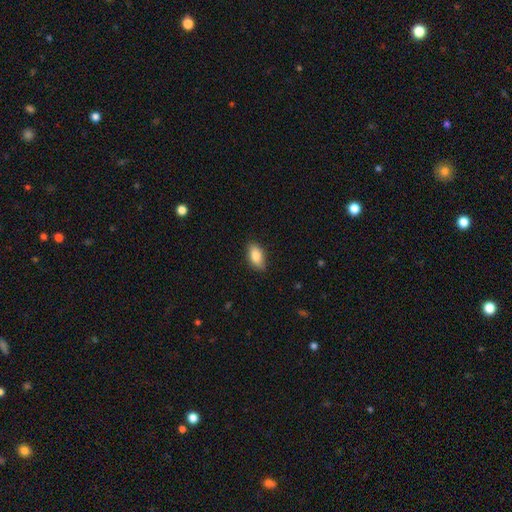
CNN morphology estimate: smooth 84%, featured or disk 9%, star or artifact 7%. Down the decision tree: how rounded — in between (90%); merging — none (85%).